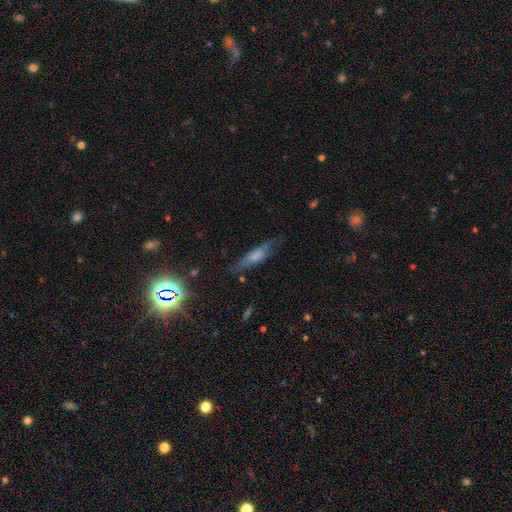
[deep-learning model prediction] smooth 56%, featured or disk 35%, star or artifact 9%. Down the decision tree: how rounded — cigar-shaped (67%); merging — none (64%).